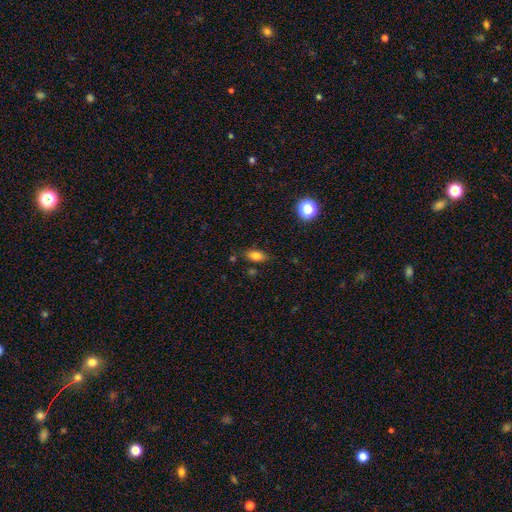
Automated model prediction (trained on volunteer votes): Smooth or featured: smooth — 79% (star or artifact — 12%)
How rounded: in between — 83% (cigar-shaped — 8%)
Merging: none — 79% (minor disturbance — 15%)